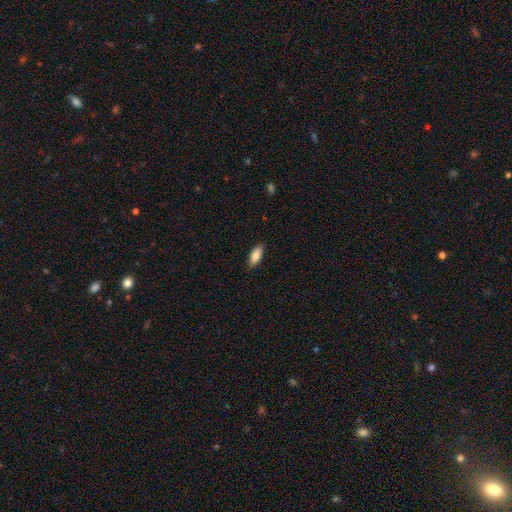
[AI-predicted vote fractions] A smooth galaxy with no disk features (82%) that is in between round and cigar-shaped (74%). Merging: none (88%).